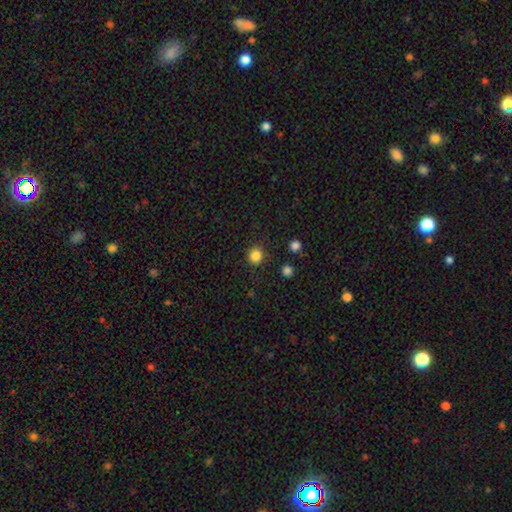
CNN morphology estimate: type=smooth (84%); roundness=round (90%); merging=none (88%).